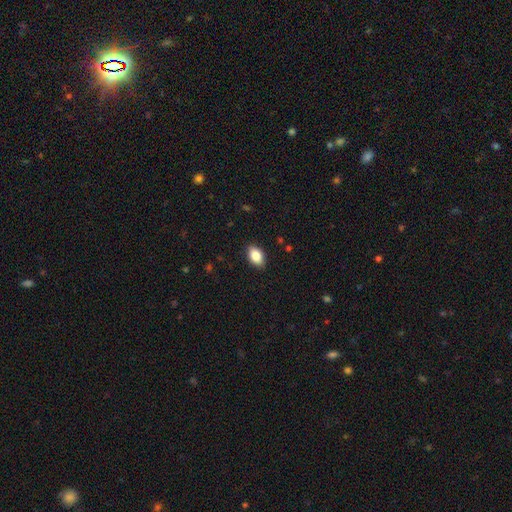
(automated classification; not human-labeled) A smooth galaxy with no disk features (84%) that is in between round and cigar-shaped (89%).

Vote fractions:
- Smooth or featured? smooth: 84% / featured or disk: 8% / star or artifact: 8%
- How rounded? in between: 89% / round: 9% / cigar-shaped: 2%
- Merging? none: 88% / minor disturbance: 9% / major disturbance: 2% / merger: 1%